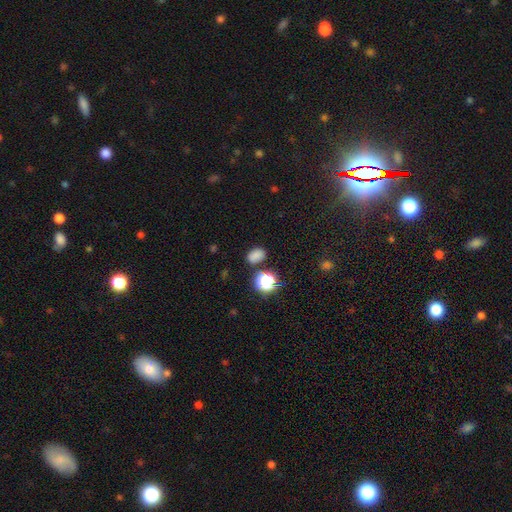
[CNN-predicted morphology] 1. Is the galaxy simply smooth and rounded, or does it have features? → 76% smooth, 19% star or artifact, 5% featured or disk.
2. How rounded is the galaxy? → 74% in between, 25% round, 1% cigar-shaped.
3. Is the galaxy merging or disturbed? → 80% none, 12% minor disturbance, 5% merger, 3% major disturbance.